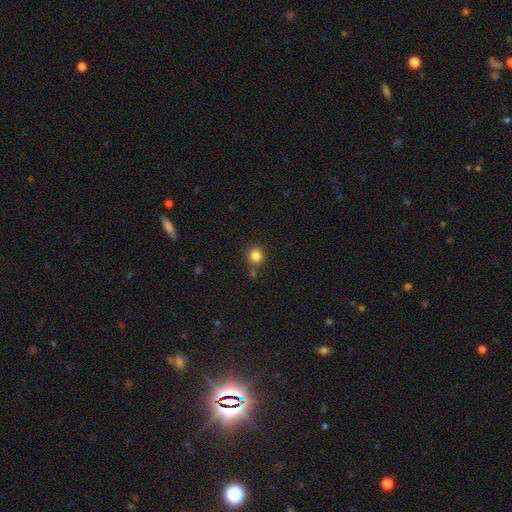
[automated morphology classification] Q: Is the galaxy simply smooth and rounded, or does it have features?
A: smooth — 83%.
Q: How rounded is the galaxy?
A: round — 93%.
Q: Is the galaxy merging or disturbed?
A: none — 79%.